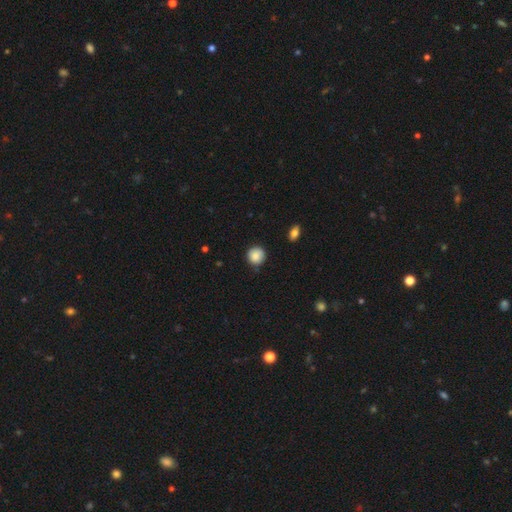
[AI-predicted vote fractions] Morphology: type=smooth (86%); roundness=round (92%); merging=none (80%).